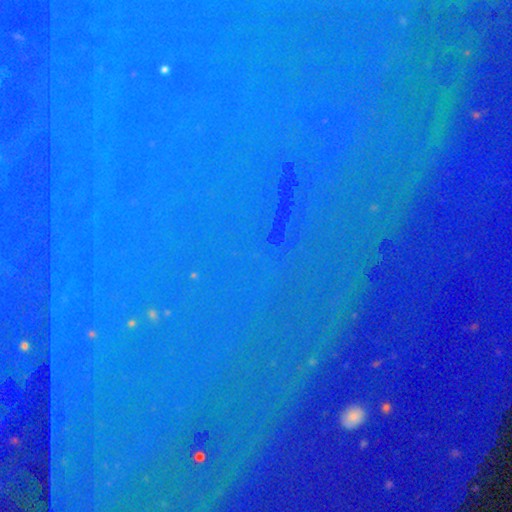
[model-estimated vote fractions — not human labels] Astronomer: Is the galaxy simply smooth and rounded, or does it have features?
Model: star or artifact — 82%.